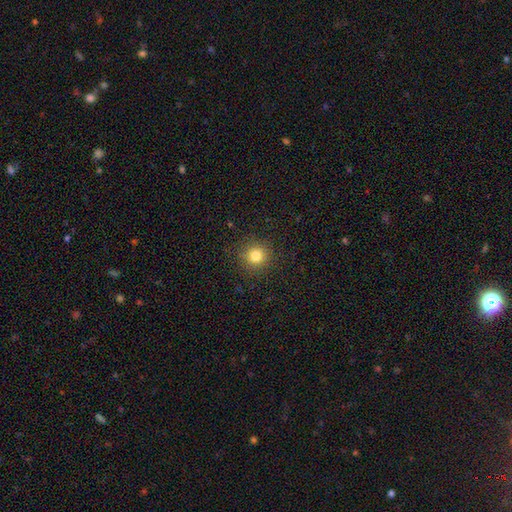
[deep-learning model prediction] smooth 82%, star or artifact 13%, featured or disk 5%. Down the decision tree: how rounded — round (94%); merging — none (90%).